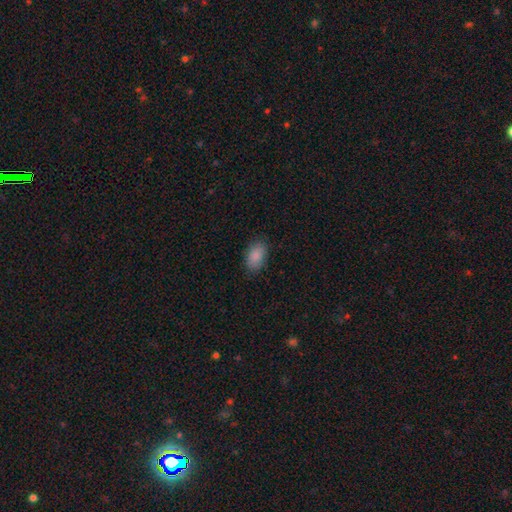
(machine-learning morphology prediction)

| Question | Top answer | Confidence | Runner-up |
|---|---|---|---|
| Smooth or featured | smooth | 88% | star or artifact (7%) |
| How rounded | in between | 91% | round (8%) |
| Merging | none | 86% | minor disturbance (11%) |